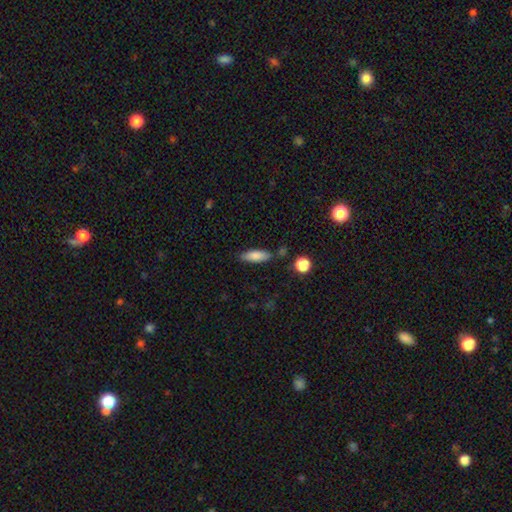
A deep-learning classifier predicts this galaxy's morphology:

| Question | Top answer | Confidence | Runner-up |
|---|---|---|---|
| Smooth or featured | smooth | 82% | featured or disk (11%) |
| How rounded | in between | 59% | cigar-shaped (39%) |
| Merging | none | 80% | minor disturbance (13%) |